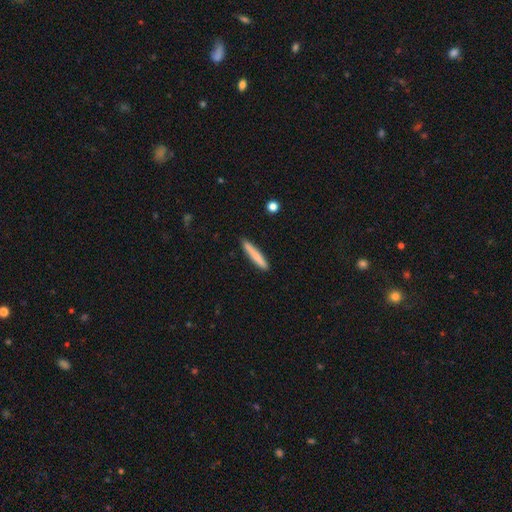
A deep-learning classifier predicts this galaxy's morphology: Smooth or featured? Predicted: smooth (p=0.77). How rounded? Predicted: cigar-shaped (p=0.94). Merging? Predicted: none (p=0.89).